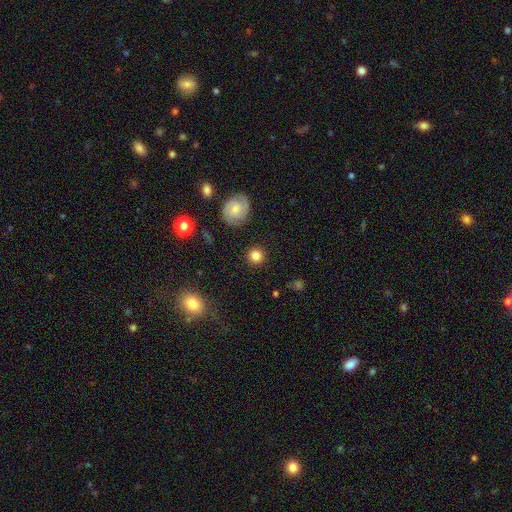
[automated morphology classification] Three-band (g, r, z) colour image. It shows a smooth galaxy with no disk features (82%) that is round (93%). Merging: none (89%).